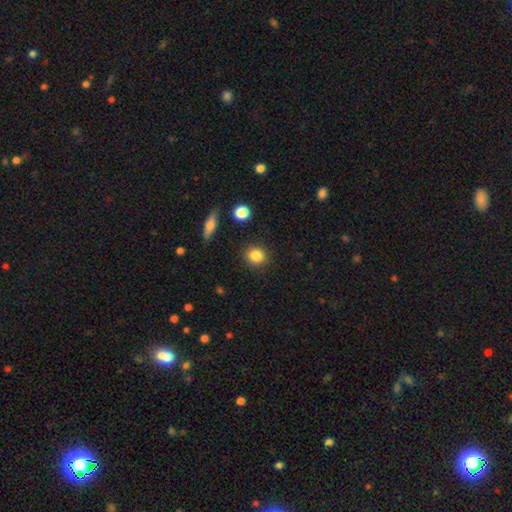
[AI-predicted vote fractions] Morphology: type=smooth (85%); roundness=round (78%); merging=none (89%).